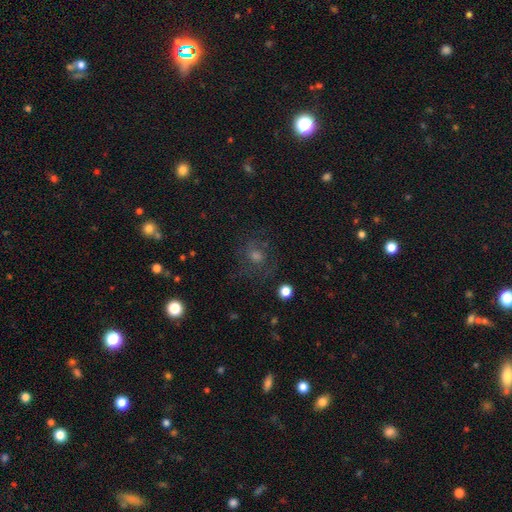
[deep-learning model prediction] Smooth or featured: featured or disk — 34% (smooth — 33%)
Merging: none — 72% (minor disturbance — 15%)